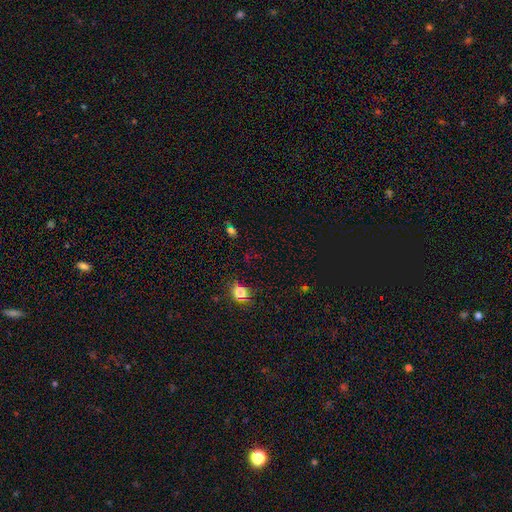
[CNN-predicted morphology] Overall: star or artifact (53%; smooth 40%).